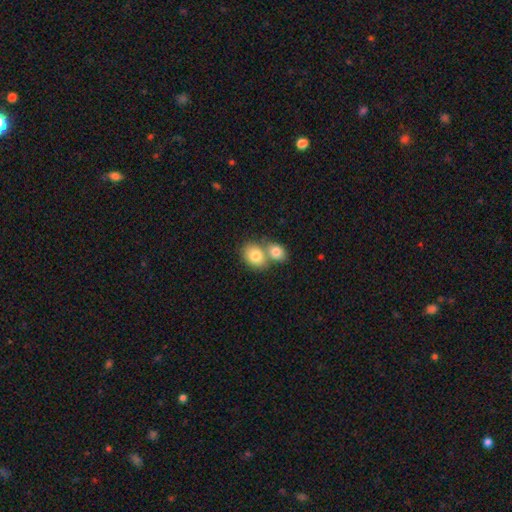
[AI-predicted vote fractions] A smooth galaxy with no disk features (81%) that is in between round and cigar-shaped (54%).

Vote fractions:
- Smooth or featured? smooth: 81% / featured or disk: 11% / star or artifact: 8%
- How rounded? in between: 54% / round: 45% / cigar-shaped: 1%
- Merging? merger: 56% / none: 33% / minor disturbance: 8% / major disturbance: 3%